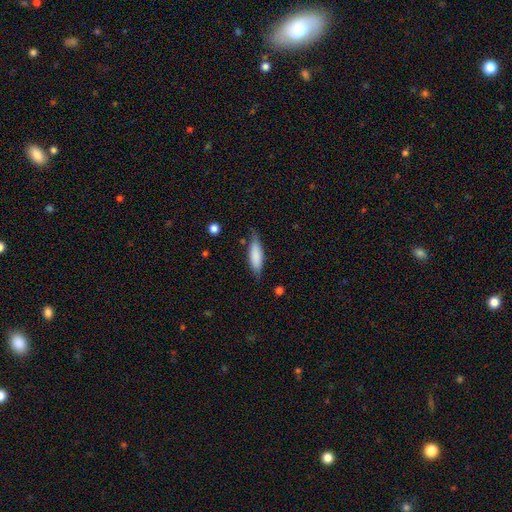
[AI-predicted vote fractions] A smooth galaxy with no disk features (76%) that is cigar-shaped (52%). Merging: none (73%).